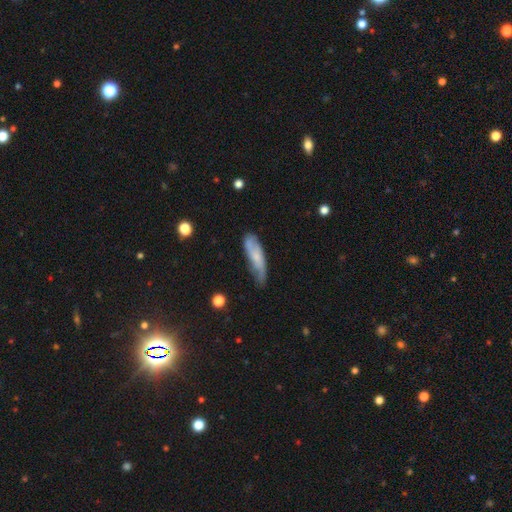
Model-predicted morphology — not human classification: A smooth galaxy with no disk features (52%) that is cigar-shaped (58%). Merging: none (53%).